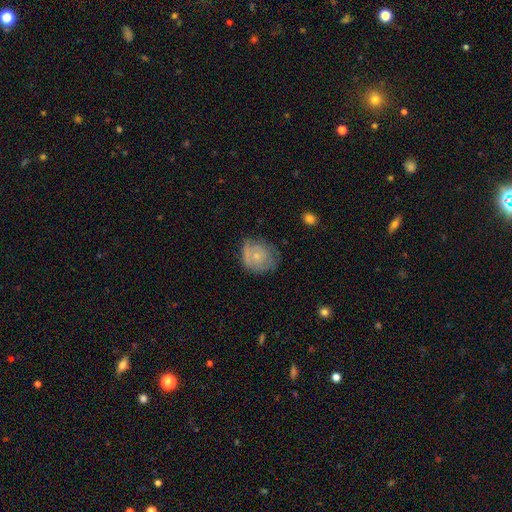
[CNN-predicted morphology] type=smooth (53%); roundness=round (70%); merging=none (54%).